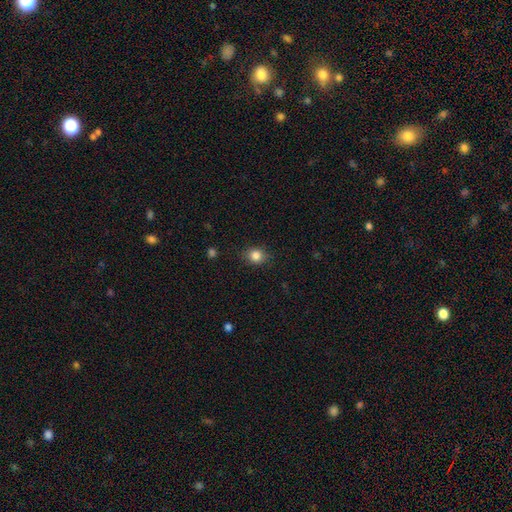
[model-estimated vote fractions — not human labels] smooth_or_featured: smooth (p=0.84) [alt: star or artifact p=0.11]
how_rounded: round (p=0.71) [alt: in between p=0.28]
merging: none (p=0.84) [alt: minor disturbance p=0.12]